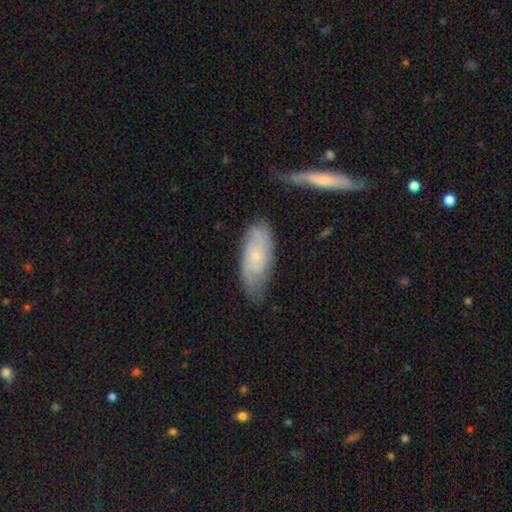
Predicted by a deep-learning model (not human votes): A featured or disk galaxy (62%) with no bar (76%), spiral arms (88%) and a small central bulge (73%). Merging: none (67%).